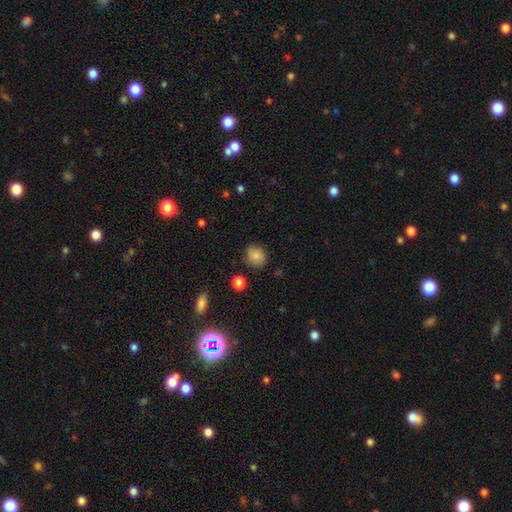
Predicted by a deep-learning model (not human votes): smooth-or-featured: smooth: 85% | star or artifact: 9% | featured or disk: 6%
  how-rounded: round: 79% | in between: 20% | cigar-shaped: 1%
  merging: none: 84% | minor disturbance: 11% | major disturbance: 3% | merger: 2%